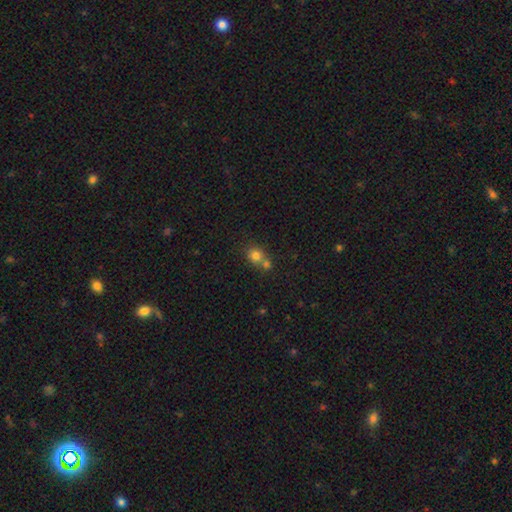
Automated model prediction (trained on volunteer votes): The model was most divided on "merging": merger: 48%, none: 42%, minor disturbance: 7%, major disturbance: 3%. More confident: smooth or featured — smooth (77%); how rounded — round (76%).